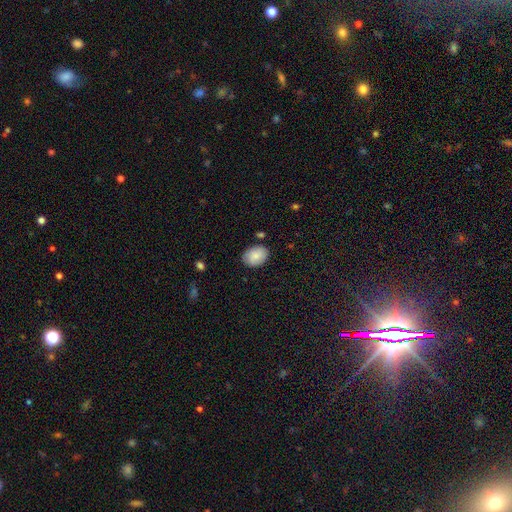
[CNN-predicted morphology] A smooth galaxy with no disk features (84%) that is in between round and cigar-shaped (72%). Merging: none (81%).